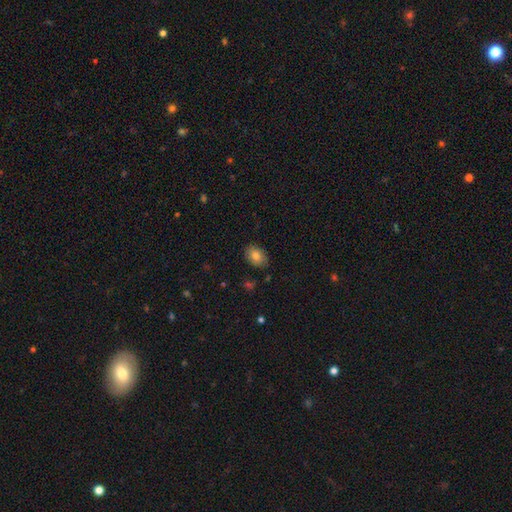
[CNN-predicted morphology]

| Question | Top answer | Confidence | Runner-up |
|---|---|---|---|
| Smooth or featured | smooth | 82% | featured or disk (9%) |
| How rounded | in between | 77% | round (22%) |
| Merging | none | 84% | minor disturbance (12%) |